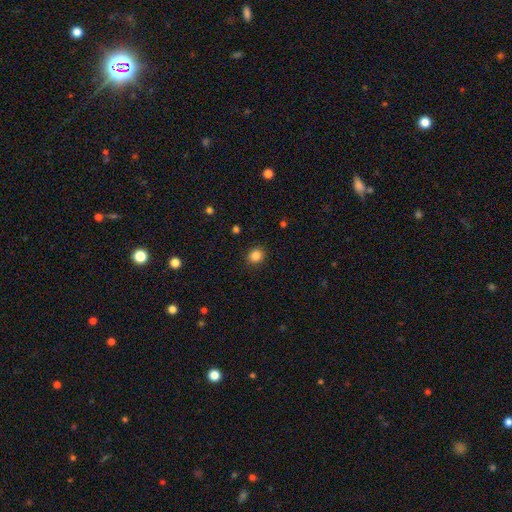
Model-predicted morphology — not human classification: Smooth or featured? smooth (85%)
How rounded? round (82%)
Merging? none (90%)